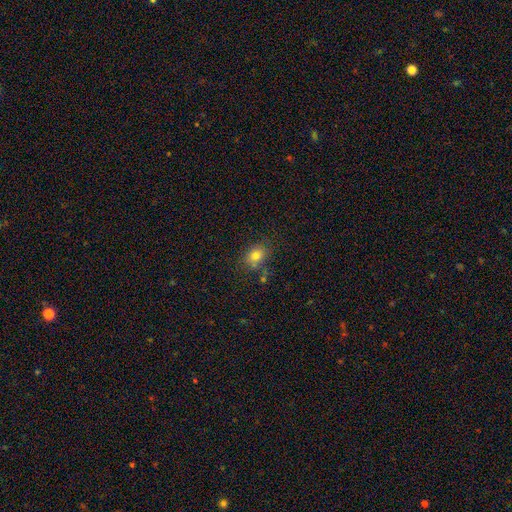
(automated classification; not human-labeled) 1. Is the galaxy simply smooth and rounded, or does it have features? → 78% smooth, 13% star or artifact, 9% featured or disk.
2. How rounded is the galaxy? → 51% in between, 48% round, 1% cigar-shaped.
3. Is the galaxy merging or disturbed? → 73% none, 16% minor disturbance, 7% merger, 4% major disturbance.